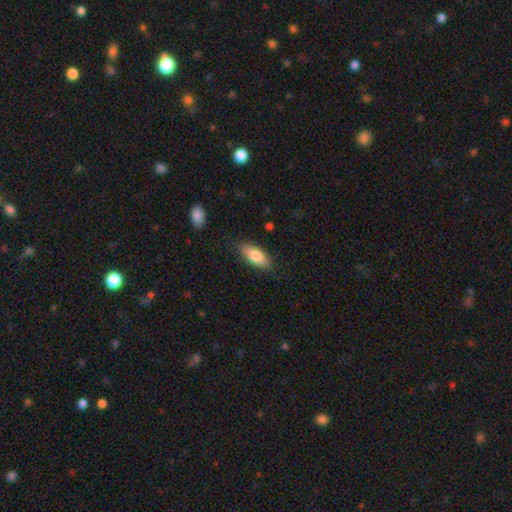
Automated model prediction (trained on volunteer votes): Smooth or featured: smooth — 81% (featured or disk — 13%)
How rounded: in between — 81% (cigar-shaped — 17%)
Merging: none — 85% (minor disturbance — 11%)